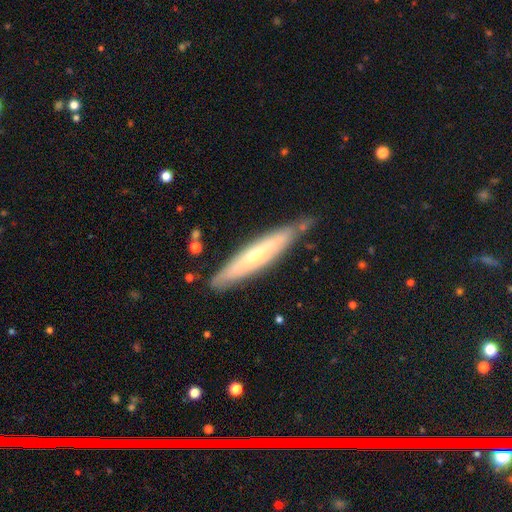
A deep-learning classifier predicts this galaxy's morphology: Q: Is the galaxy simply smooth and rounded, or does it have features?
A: featured or disk — 57%.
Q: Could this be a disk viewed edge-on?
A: yes — 79%.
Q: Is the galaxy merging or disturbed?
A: none — 77%.